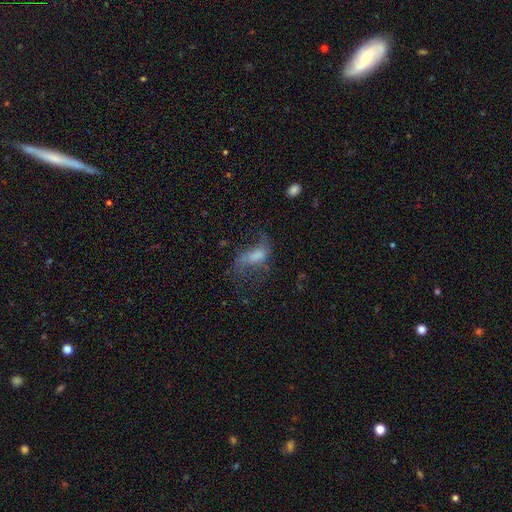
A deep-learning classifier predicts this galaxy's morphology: type=featured or disk (49%); merging=none (41%).